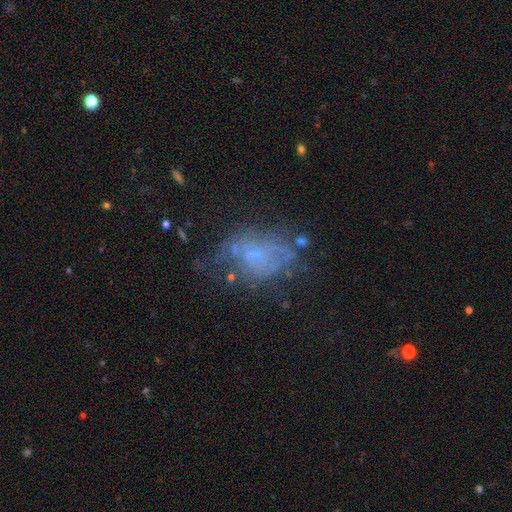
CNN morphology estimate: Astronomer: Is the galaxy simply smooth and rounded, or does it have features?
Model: featured or disk — 51% (runner-up: smooth, 31%).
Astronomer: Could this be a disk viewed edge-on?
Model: no — 95%.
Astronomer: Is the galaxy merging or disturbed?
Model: none — 43% (runner-up: minor disturbance, 26%).